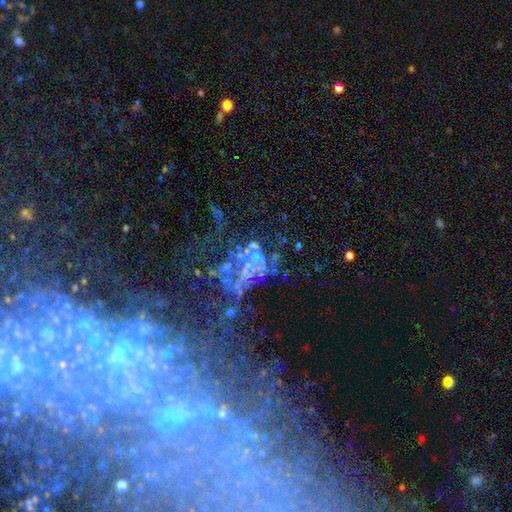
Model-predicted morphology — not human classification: featured or disk 57%, star or artifact 30%, smooth 13%. Down the decision tree: edge-on disk — no (97%); bar — no (87%); spiral arms — no (80%); bulge size — none (47%); merging — major disturbance (39%).